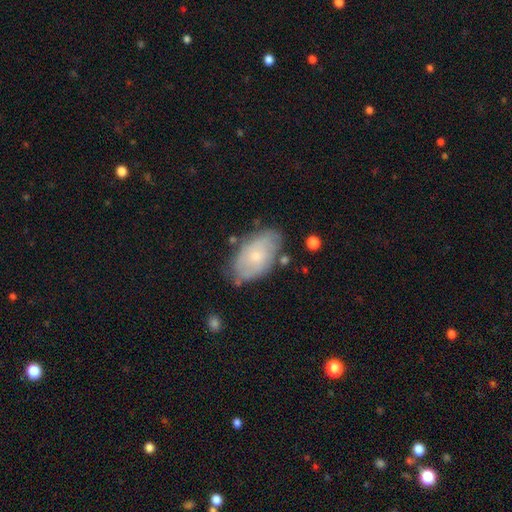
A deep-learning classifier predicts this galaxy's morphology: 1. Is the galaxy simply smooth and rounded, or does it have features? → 49% smooth, 44% featured or disk, 7% star or artifact.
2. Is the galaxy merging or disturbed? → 68% none, 23% minor disturbance, 6% major disturbance, 4% merger.